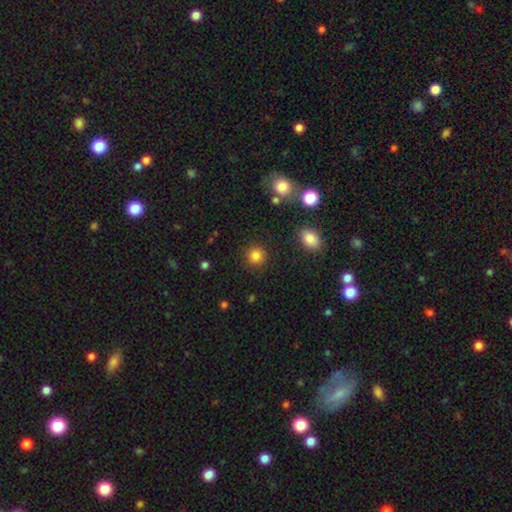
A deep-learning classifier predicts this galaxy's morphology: type=smooth (84%); roundness=round (91%); merging=none (87%).